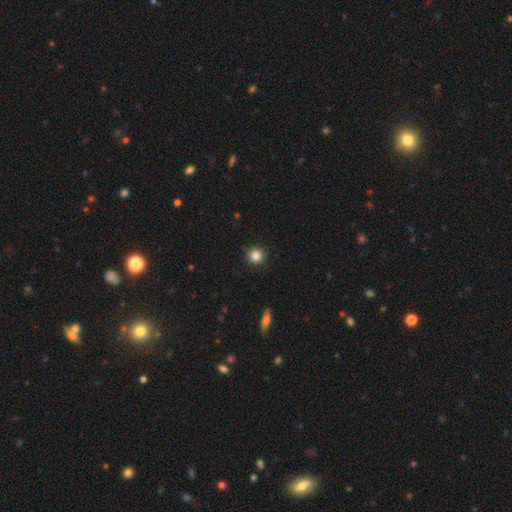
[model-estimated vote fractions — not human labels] This is clearly a smooth galaxy (84%). How rounded: clearly round (95%). Merging: clearly none (91%).